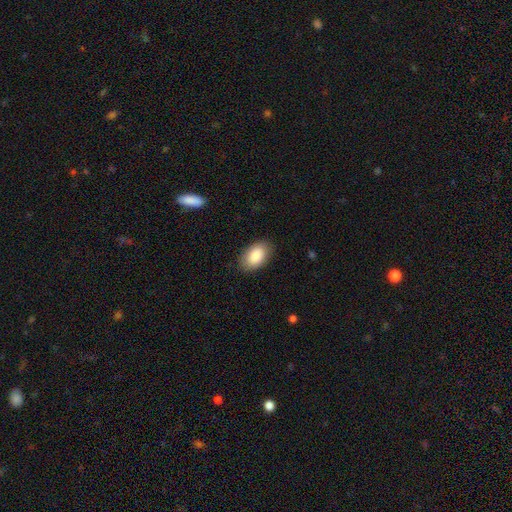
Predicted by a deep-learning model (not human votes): Overall: smooth (88%). How rounded: in between (93%). Merging: none (85%).